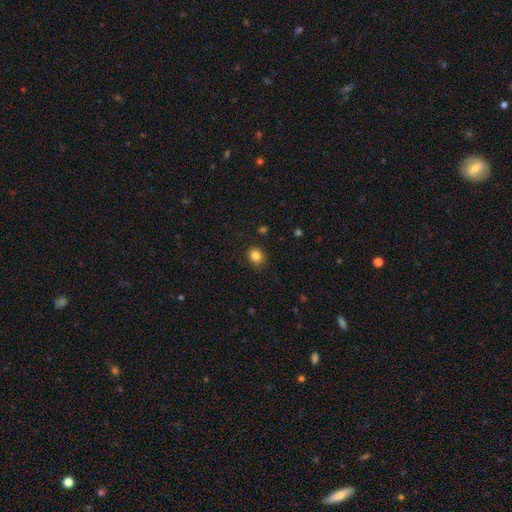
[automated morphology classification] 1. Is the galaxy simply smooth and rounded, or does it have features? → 84% smooth, 11% star or artifact, 5% featured or disk.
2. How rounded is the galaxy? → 76% round, 23% in between, 1% cigar-shaped.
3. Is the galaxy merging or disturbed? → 85% none, 12% minor disturbance, 3% major disturbance, 1% merger.